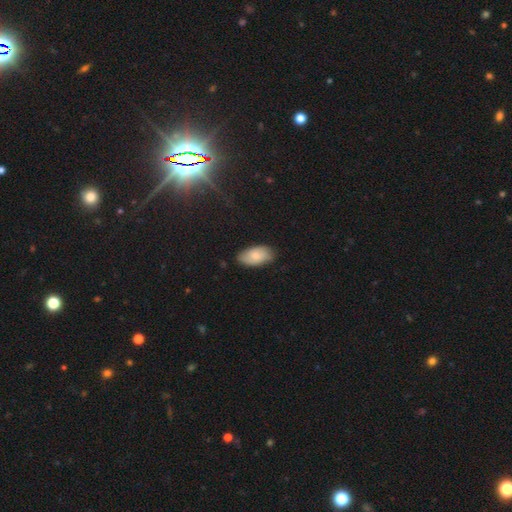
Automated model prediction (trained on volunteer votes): Smooth or featured? smooth (75%)
How rounded? in between (95%)
Merging? none (79%)